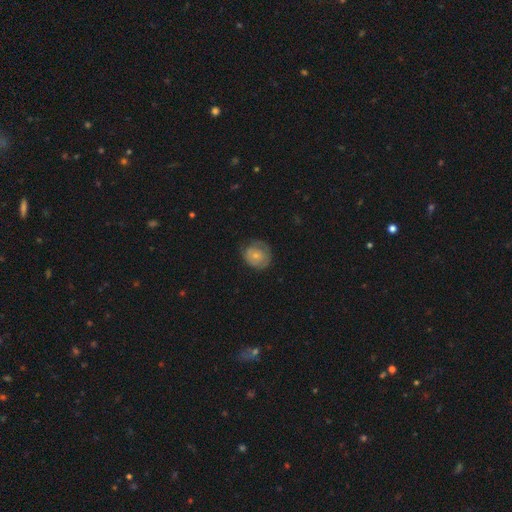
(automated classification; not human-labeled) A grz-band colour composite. It shows a smooth galaxy with no disk features (66%) that is round (78%). Merging: none (65%).